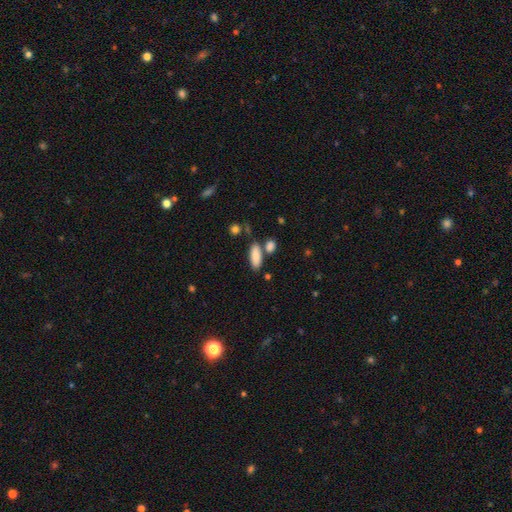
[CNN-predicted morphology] The model was most divided on "how rounded": in between: 72%, cigar-shaped: 26%, round: 3%. More confident: smooth or featured — smooth (87%); merging — none (72%).